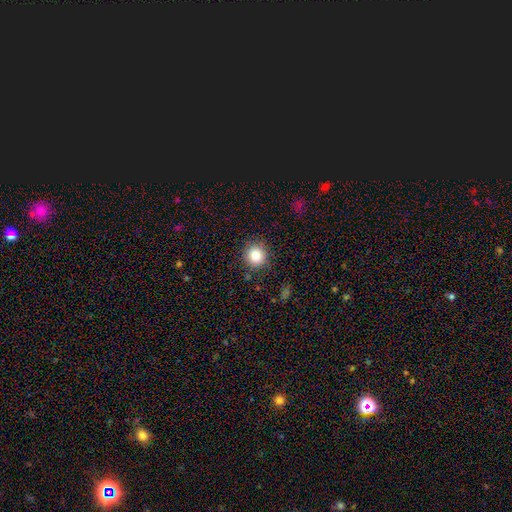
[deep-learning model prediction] Q: Smooth or featured?
A: smooth (82%); runner-up: star or artifact (11%)
Q: How rounded?
A: round (89%); runner-up: in between (10%)
Q: Merging?
A: none (87%); runner-up: minor disturbance (9%)